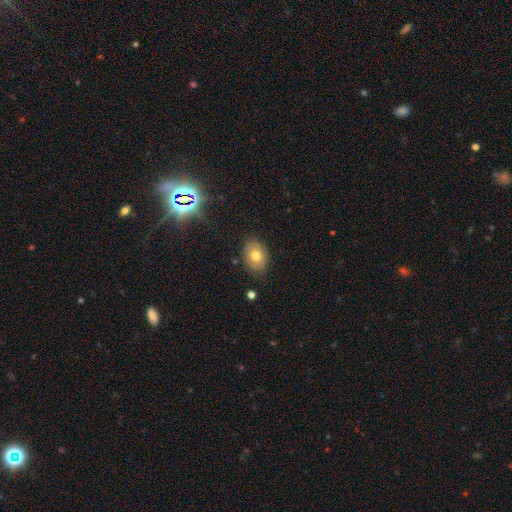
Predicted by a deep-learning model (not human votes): This is likely a smooth galaxy (71%). How rounded: likely in between (74%). Merging: clearly none (84%).